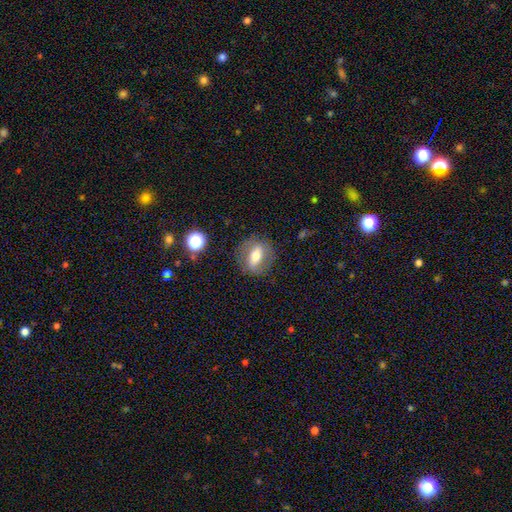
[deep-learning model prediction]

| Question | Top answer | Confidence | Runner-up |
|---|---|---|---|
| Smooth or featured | smooth | 51% | featured or disk (40%) |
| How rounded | in between | 56% | round (36%) |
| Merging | none | 80% | minor disturbance (13%) |